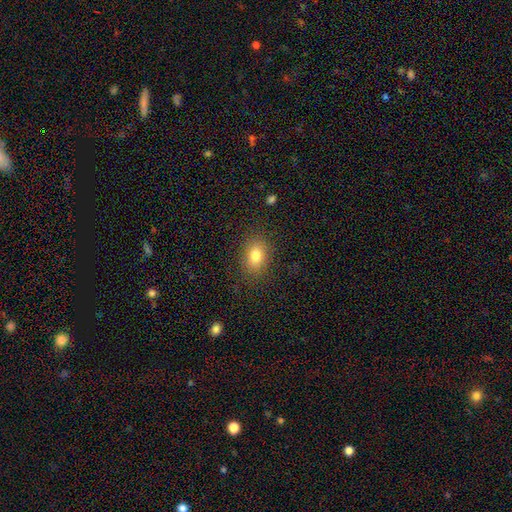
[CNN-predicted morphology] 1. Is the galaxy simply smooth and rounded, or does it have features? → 79% smooth, 11% star or artifact, 10% featured or disk.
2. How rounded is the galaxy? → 72% in between, 27% round, 1% cigar-shaped.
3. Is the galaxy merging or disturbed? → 85% none, 10% minor disturbance, 4% major disturbance, 1% merger.